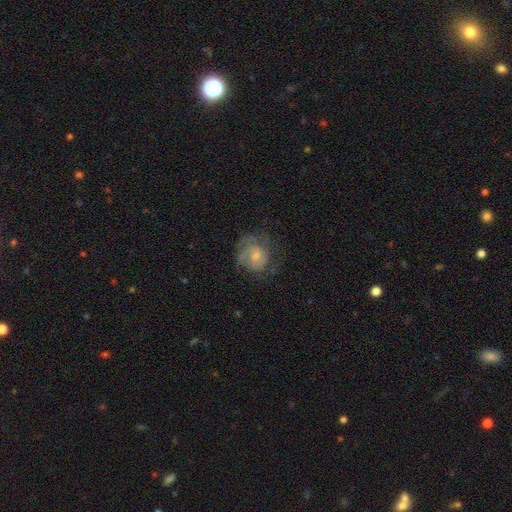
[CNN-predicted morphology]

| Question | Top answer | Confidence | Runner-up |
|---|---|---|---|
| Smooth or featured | featured or disk | 56% | smooth (36%) |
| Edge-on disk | no | 98% | yes (2%) |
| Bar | no | 62% | weak (33%) |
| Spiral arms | yes | 70% | no (30%) |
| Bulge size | small | 49% | moderate (35%) |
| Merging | none | 52% | minor disturbance (23%) |